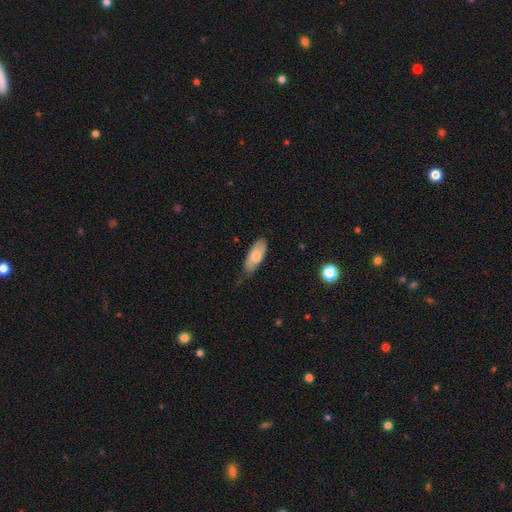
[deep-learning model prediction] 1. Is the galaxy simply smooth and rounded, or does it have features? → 76% smooth, 19% featured or disk, 6% star or artifact.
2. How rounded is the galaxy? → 80% in between, 18% cigar-shaped, 2% round.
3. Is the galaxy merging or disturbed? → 70% none, 24% minor disturbance, 4% major disturbance, 1% merger.